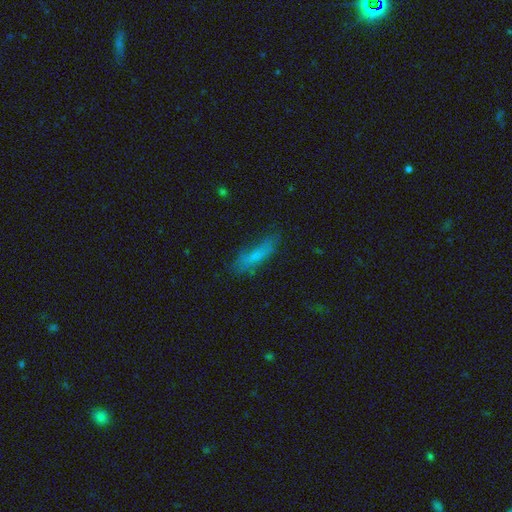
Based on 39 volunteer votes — Volunteers were most divided on "how rounded": cigar-shaped: 58%, in between: 38%, round: 4%. More confident: smooth or featured — smooth (67%); merging — none (62%).